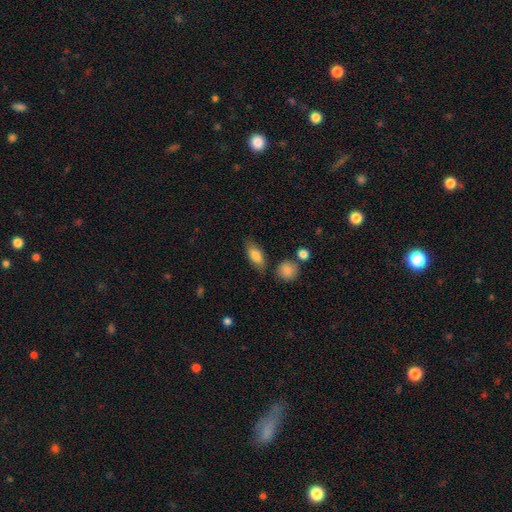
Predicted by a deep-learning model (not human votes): smooth-or-featured: smooth: 81% | featured or disk: 12% | star or artifact: 7%
  how-rounded: in between: 83% | cigar-shaped: 13% | round: 4%
  merging: none: 75% | minor disturbance: 16% | merger: 4% | major disturbance: 4%